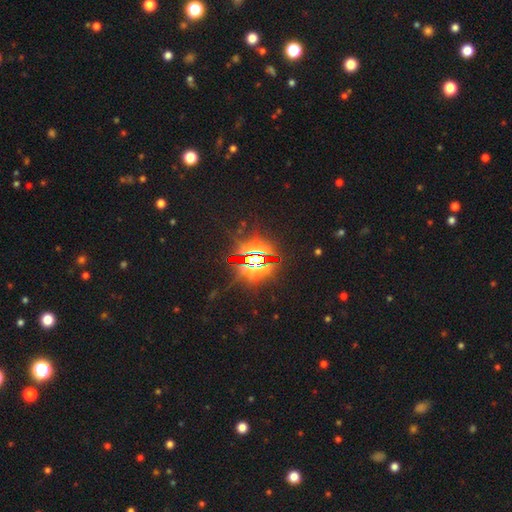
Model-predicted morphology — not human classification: smooth-or-featured: star or artifact: 83% | featured or disk: 9% | smooth: 7%